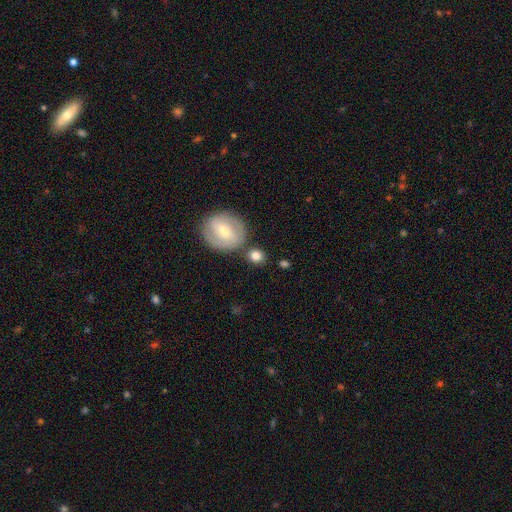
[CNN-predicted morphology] A smooth galaxy with no disk features (78%) that is round (76%). Merging: none (70%).